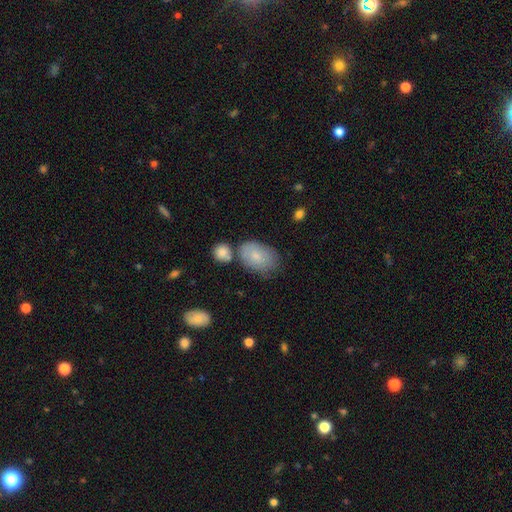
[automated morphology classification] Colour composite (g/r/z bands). It shows a smooth galaxy with no disk features (76%) that is in between round and cigar-shaped (86%). Merging: none (54%).